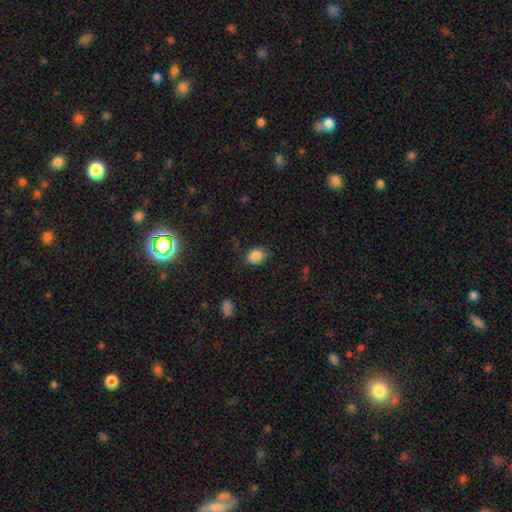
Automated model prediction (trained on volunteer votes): This is clearly a smooth galaxy (86%). How rounded: likely in between (68%). Merging: likely none (75%).